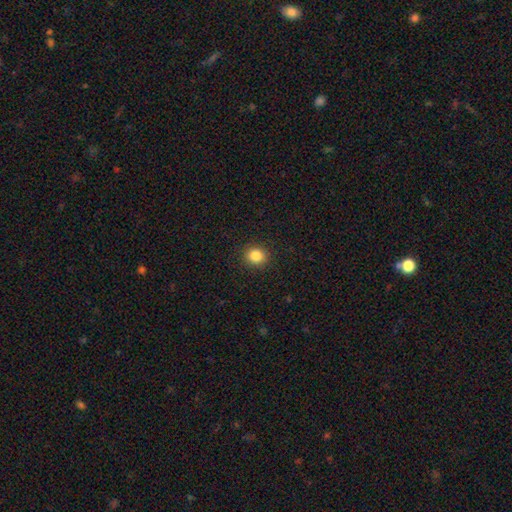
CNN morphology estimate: smooth-or-featured: smooth: 85% | star or artifact: 11% | featured or disk: 4%
  how-rounded: round: 83% | in between: 16% | cigar-shaped: 1%
  merging: none: 91% | minor disturbance: 6% | major disturbance: 2% | merger: 1%